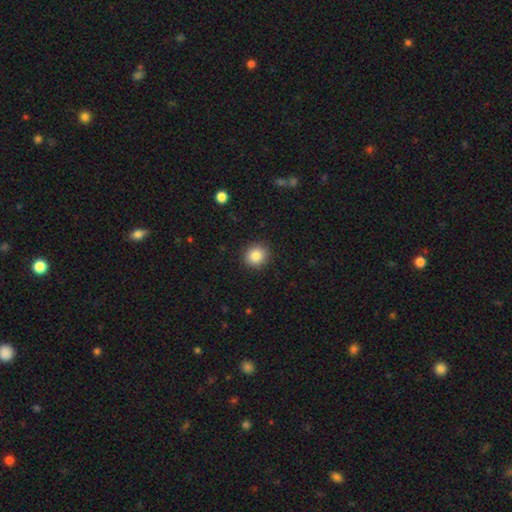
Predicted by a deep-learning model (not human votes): Smooth or featured: smooth — 85% (star or artifact — 9%)
How rounded: round — 89% (in between — 10%)
Merging: none — 91% (minor disturbance — 6%)